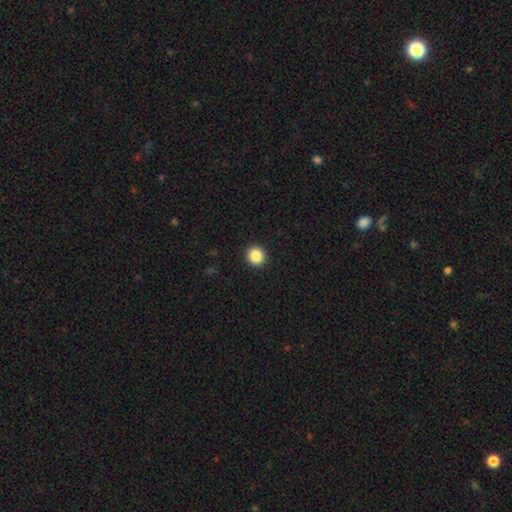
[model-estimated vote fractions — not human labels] The model was most divided on "smooth or featured": smooth: 86%, star or artifact: 10%, featured or disk: 4%. More confident: merging — none (93%); how rounded — round (93%).